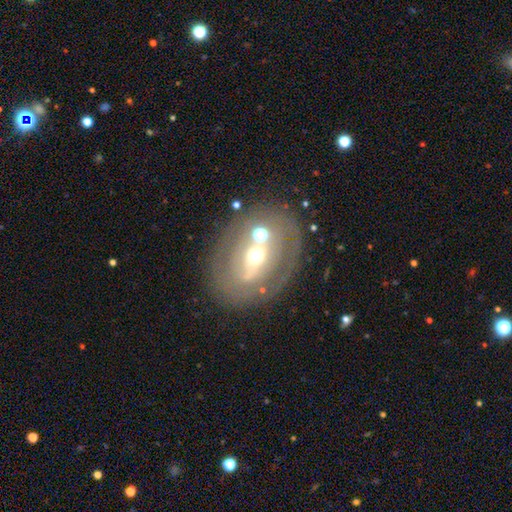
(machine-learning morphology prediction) Smooth or featured? featured or disk (63%)
Edge-on disk? no (91%)
Bar? no (40%)
Spiral arms? no (71%)
Bulge size? moderate (69%)
Merging? none (69%)